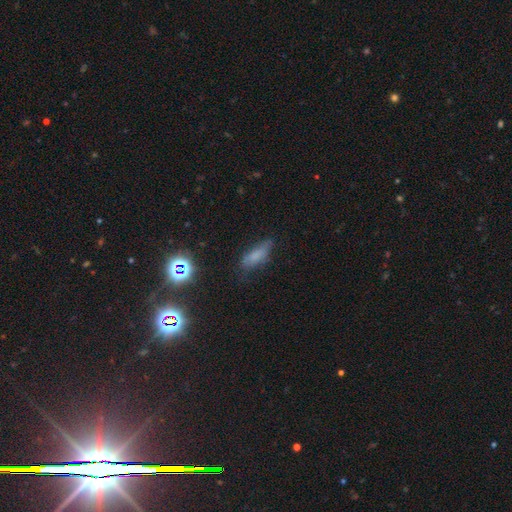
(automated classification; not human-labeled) A smooth galaxy with no disk features (65%) that is in between round and cigar-shaped (57%). Merging: none (61%).